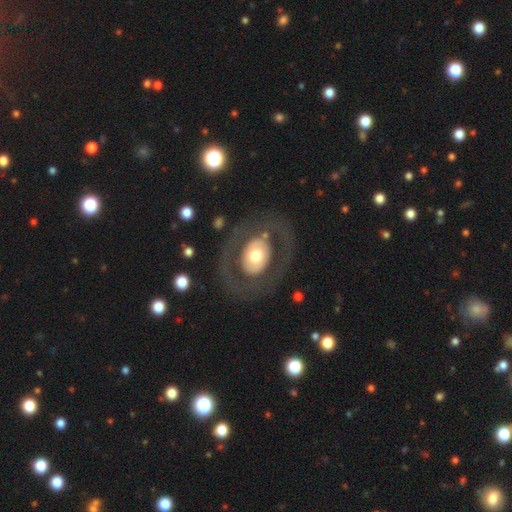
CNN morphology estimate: A featured or disk galaxy (54%).

Vote fractions:
- Smooth or featured? featured or disk: 54% / smooth: 41% / star or artifact: 5%
- Edge-on disk? no: 93% / yes: 7%
- Merging? none: 78% / major disturbance: 11% / minor disturbance: 10% / merger: 1%